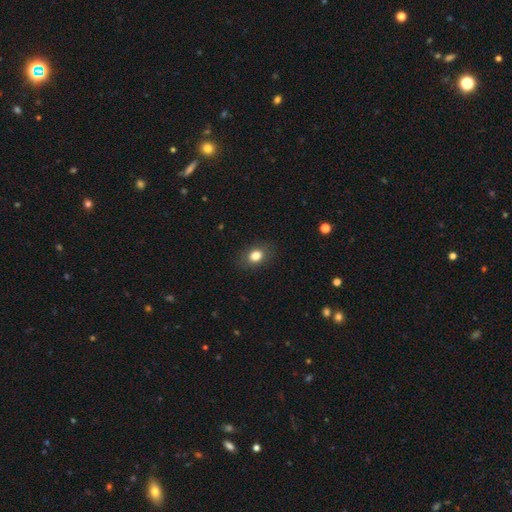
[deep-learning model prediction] Morphology: type=smooth (82%); roundness=in between (61%); merging=none (84%).